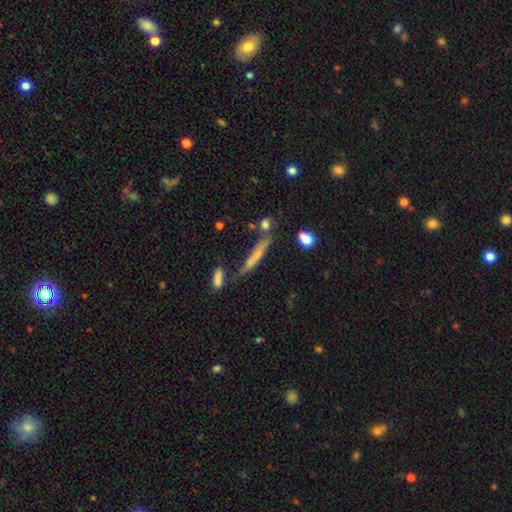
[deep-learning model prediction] Smooth or featured? smooth (52%)
How rounded? cigar-shaped (91%)
Merging? none (64%)